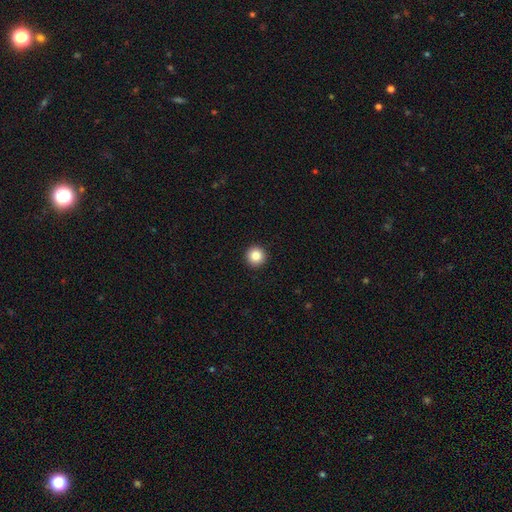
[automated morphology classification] Smooth or featured: smooth — 86% (star or artifact — 10%)
How rounded: round — 96% (in between — 3%)
Merging: none — 93% (minor disturbance — 4%)